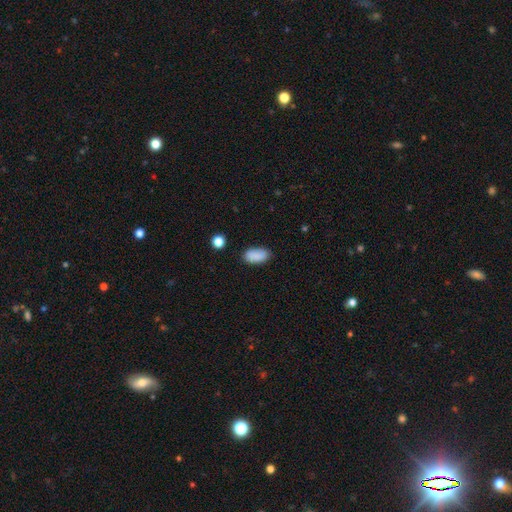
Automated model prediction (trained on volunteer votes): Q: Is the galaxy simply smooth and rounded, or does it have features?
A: smooth — 88%.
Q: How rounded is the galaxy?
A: in between — 93%.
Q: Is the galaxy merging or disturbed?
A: none — 81%.